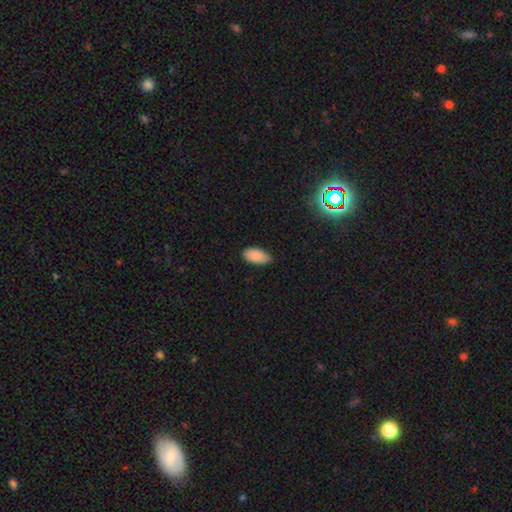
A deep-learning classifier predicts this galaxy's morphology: This is clearly a smooth galaxy (88%). How rounded: clearly in between (93%). Merging: likely none (74%).